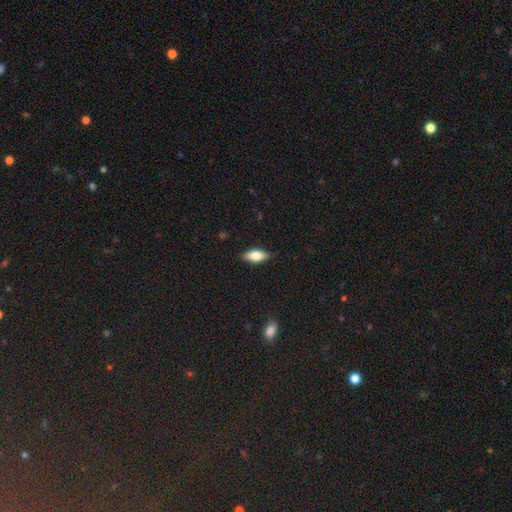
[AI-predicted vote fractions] Overall: smooth (68%). How rounded: in between (78%). Merging: none (86%).